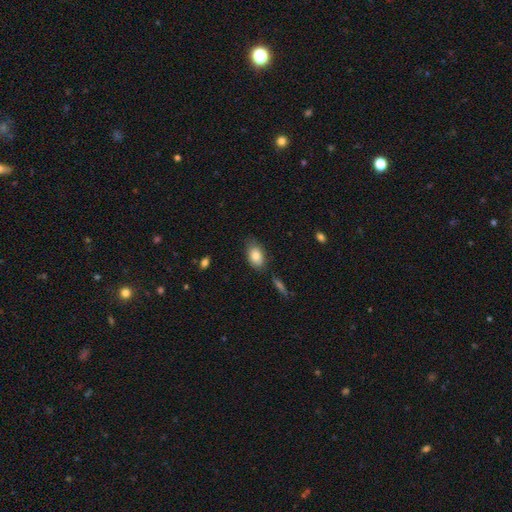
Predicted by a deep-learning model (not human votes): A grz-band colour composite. It shows a smooth galaxy with no disk features (82%) that is in between round and cigar-shaped (90%). Merging: none (72%).